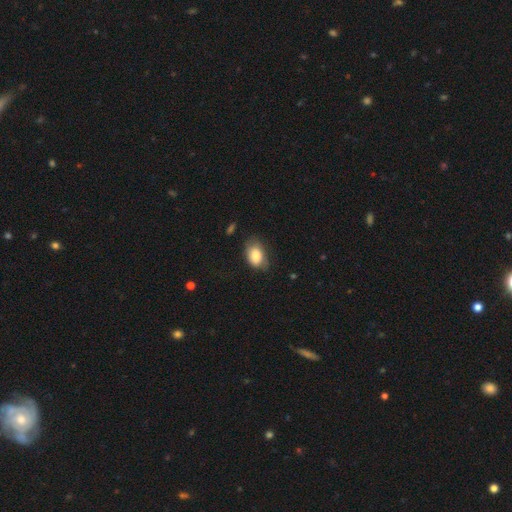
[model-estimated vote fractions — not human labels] Smooth or featured? Predicted: smooth (p=0.81). How rounded? Predicted: in between (p=0.85). Merging? Predicted: none (p=0.58).